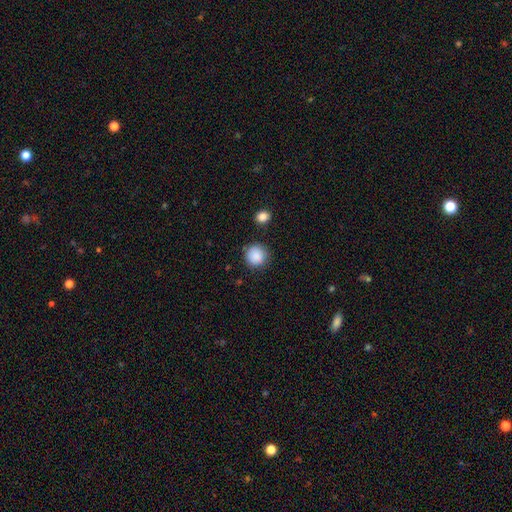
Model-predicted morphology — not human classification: The model was most divided on "merging": none: 85%, minor disturbance: 10%, major disturbance: 3%, merger: 2%. More confident: how rounded — round (93%); smooth or featured — smooth (88%).